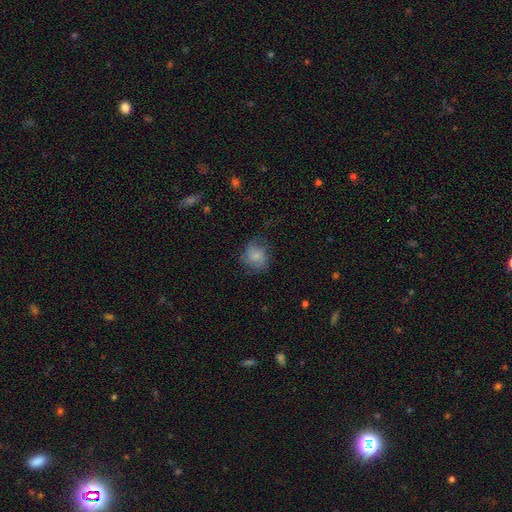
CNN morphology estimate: Overall: smooth (72%). How rounded: round (76%). Merging: none (63%; minor disturbance 24%).